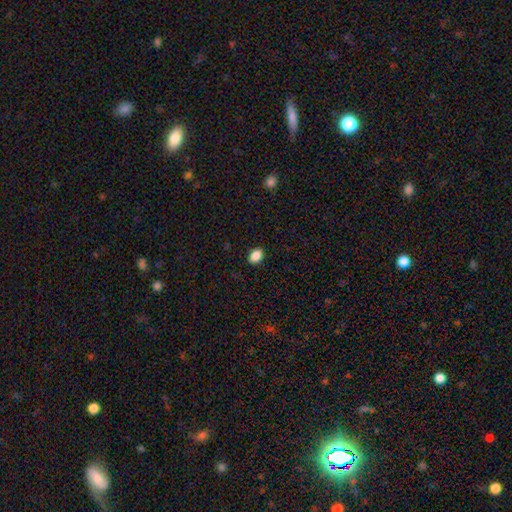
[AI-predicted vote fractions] A smooth galaxy with no disk features (88%) that is in between round and cigar-shaped (78%).

Vote fractions:
- Smooth or featured? smooth: 88% / star or artifact: 9% / featured or disk: 3%
- How rounded? in between: 78% / round: 21% / cigar-shaped: 1%
- Merging? none: 88% / minor disturbance: 9% / major disturbance: 2% / merger: 1%